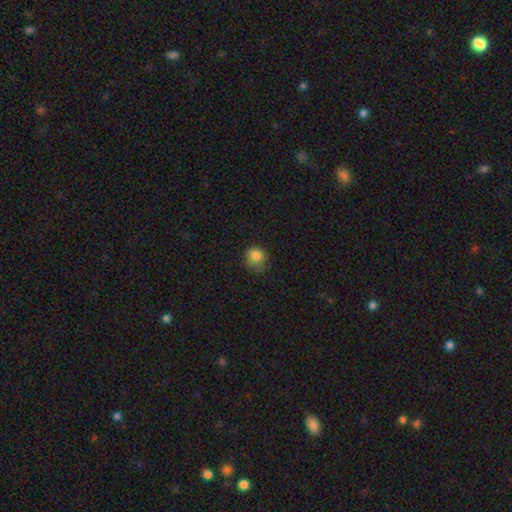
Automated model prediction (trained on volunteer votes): Overall: smooth (82%). How rounded: round (78%). Merging: none (57%; minor disturbance 31%).